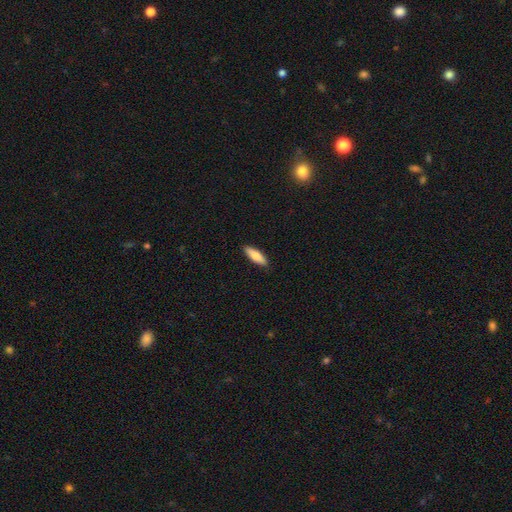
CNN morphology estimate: A smooth galaxy with no disk features (80%) that is cigar-shaped (54%). Merging: none (90%).